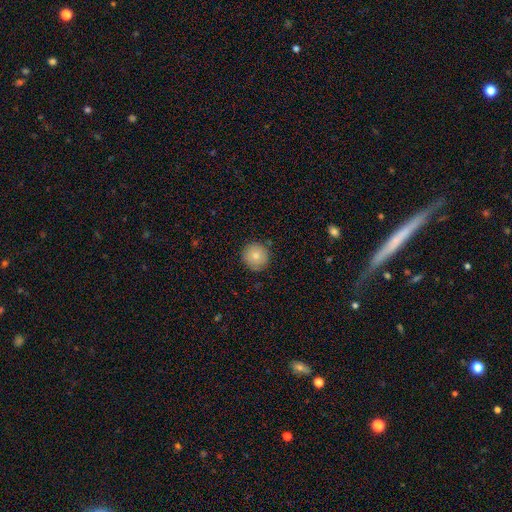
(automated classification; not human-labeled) Q: Smooth or featured?
A: smooth (81%); runner-up: featured or disk (11%)
Q: How rounded?
A: round (95%); runner-up: in between (4%)
Q: Merging?
A: none (88%); runner-up: minor disturbance (9%)